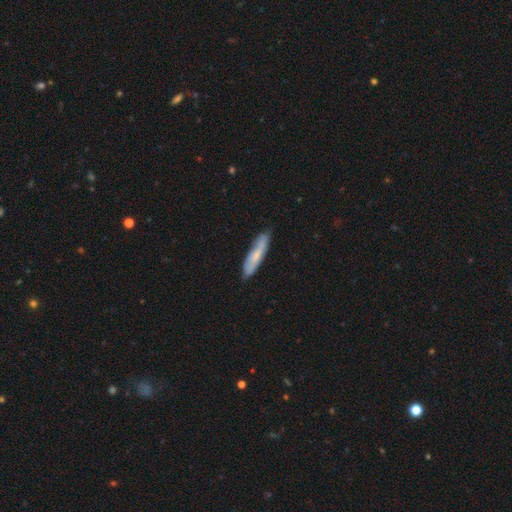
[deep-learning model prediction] Overall: smooth (60%; featured or disk 34%). How rounded: cigar-shaped (82%). Merging: none (81%).